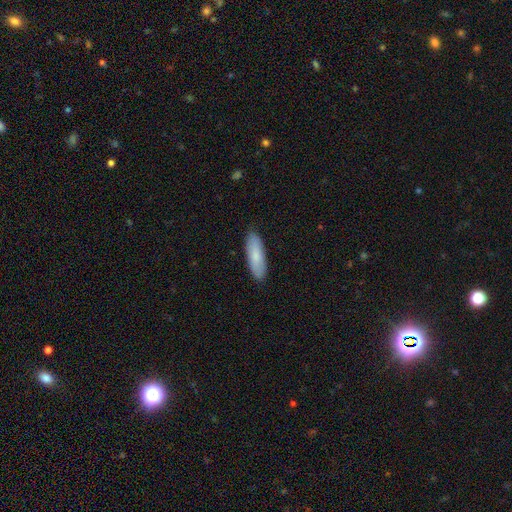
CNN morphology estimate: Smooth or featured? Predicted: smooth (p=0.81). How rounded? Predicted: in between (p=0.50). Merging? Predicted: none (p=0.89).